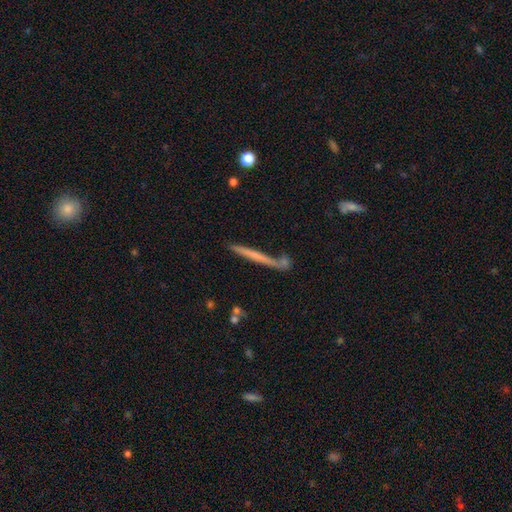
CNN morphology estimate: Overall: featured or disk (48%; smooth 45%). Merging: none (69%).